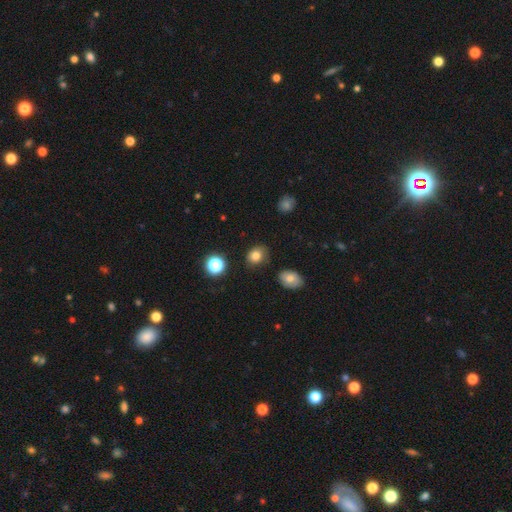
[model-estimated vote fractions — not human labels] A smooth galaxy with no disk features (80%) that is round (51%). Merging: none (78%).